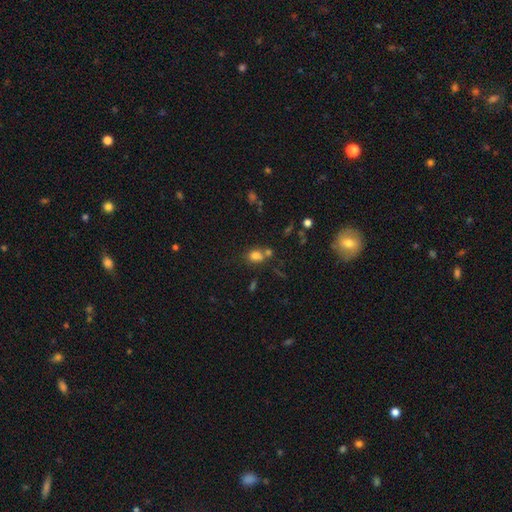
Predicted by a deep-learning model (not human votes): smooth-or-featured: smooth: 76% | star or artifact: 15% | featured or disk: 9%
  how-rounded: round: 51% | in between: 47% | cigar-shaped: 1%
  merging: none: 51% | merger: 32% | minor disturbance: 12% | major disturbance: 5%